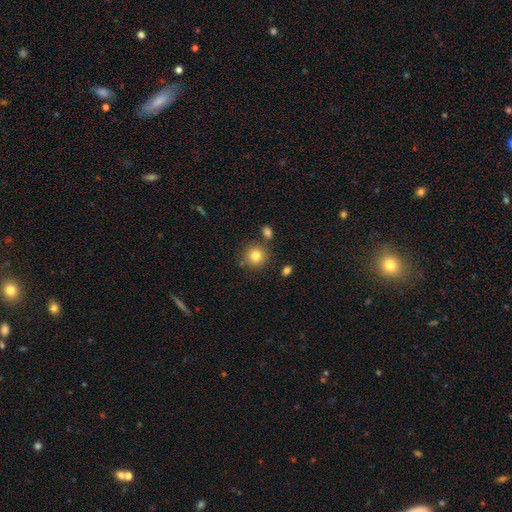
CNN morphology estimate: Smooth or featured: smooth — 82% (star or artifact — 11%)
How rounded: round — 91% (in between — 8%)
Merging: none — 79% (minor disturbance — 9%)